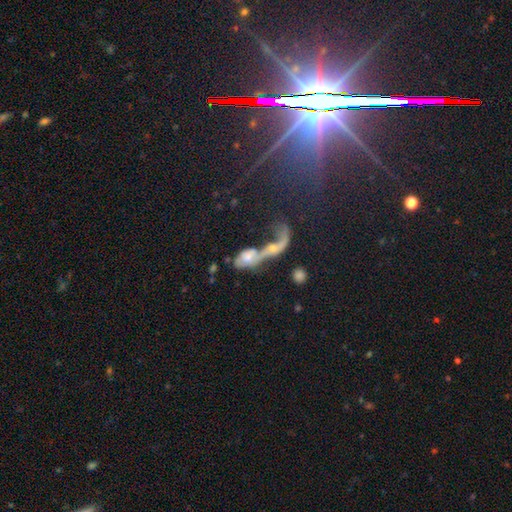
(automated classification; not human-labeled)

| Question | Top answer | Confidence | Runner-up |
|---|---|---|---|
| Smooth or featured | featured or disk | 46% | star or artifact (32%) |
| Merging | merger | 54% | none (18%) |